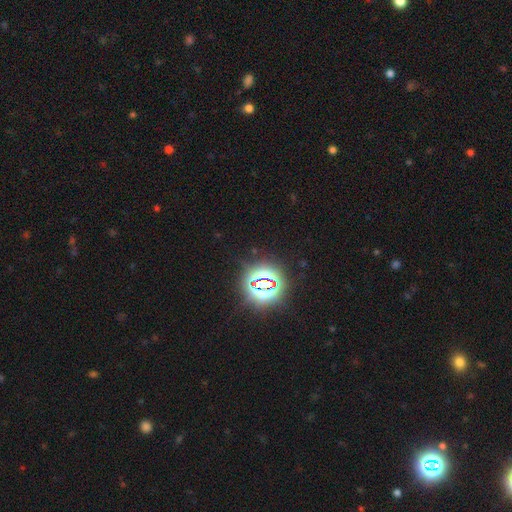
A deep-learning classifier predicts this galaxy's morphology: Smooth or featured? Predicted: star or artifact (p=0.84).